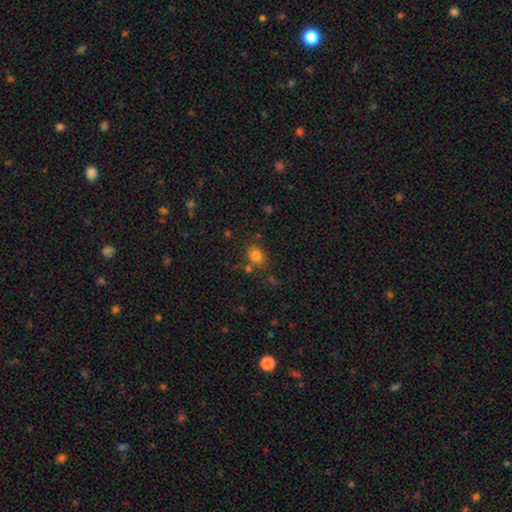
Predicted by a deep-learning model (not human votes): Smooth or featured: smooth — 79% (star or artifact — 13%)
How rounded: in between — 56% (round — 42%)
Merging: none — 67% (minor disturbance — 16%)